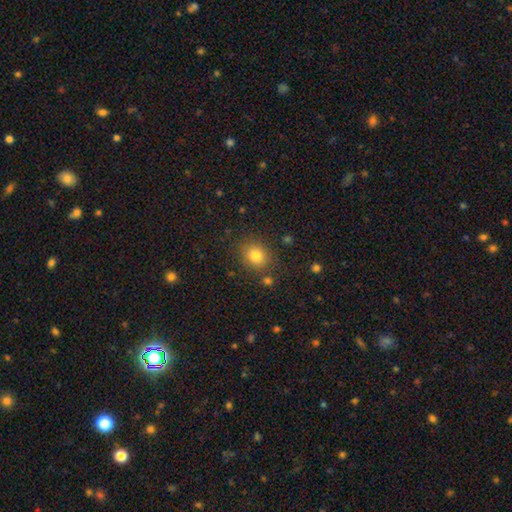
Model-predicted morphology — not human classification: smooth_or_featured: smooth (p=0.81) [alt: star or artifact p=0.12]
how_rounded: round (p=0.71) [alt: in between p=0.28]
merging: none (p=0.83) [alt: minor disturbance p=0.10]